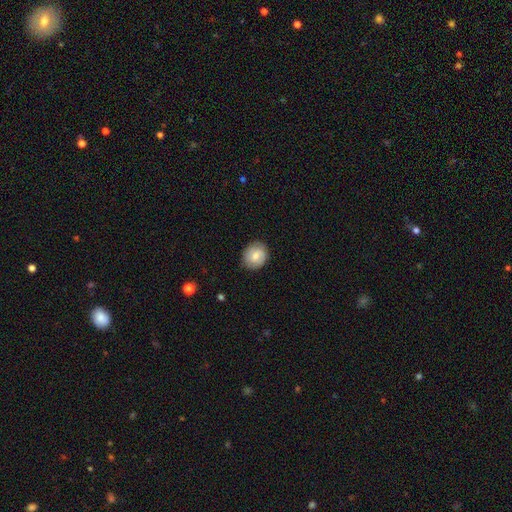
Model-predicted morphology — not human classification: This is likely a smooth galaxy (67%). How rounded: likely round (63%). Merging: clearly none (83%).